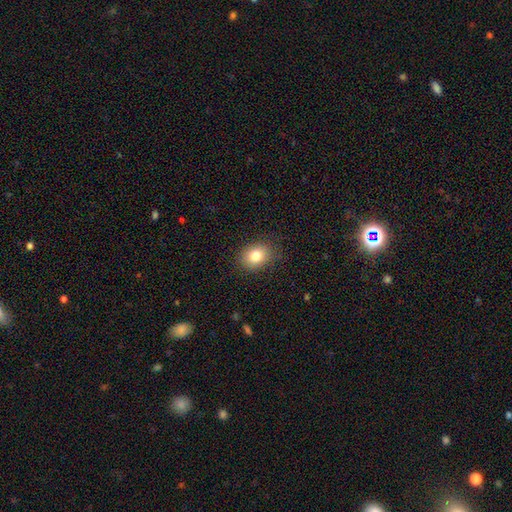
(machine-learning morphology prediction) This is clearly a smooth galaxy (81%). How rounded: possibly in between (58%). Merging: clearly none (83%).